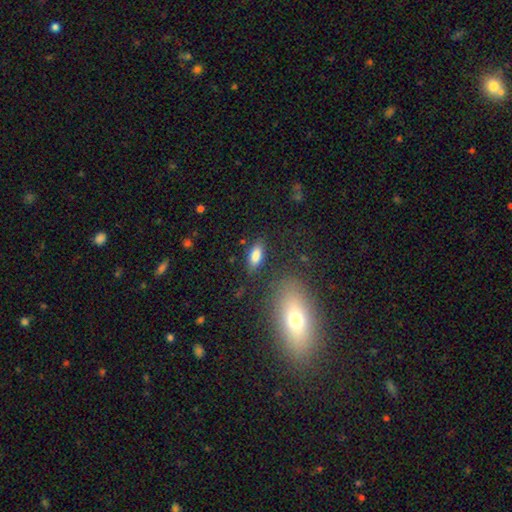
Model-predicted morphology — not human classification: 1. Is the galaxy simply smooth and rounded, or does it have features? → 84% smooth, 8% star or artifact, 7% featured or disk.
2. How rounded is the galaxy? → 85% in between, 11% cigar-shaped, 3% round.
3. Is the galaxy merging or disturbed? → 81% none, 12% minor disturbance, 4% major disturbance, 3% merger.